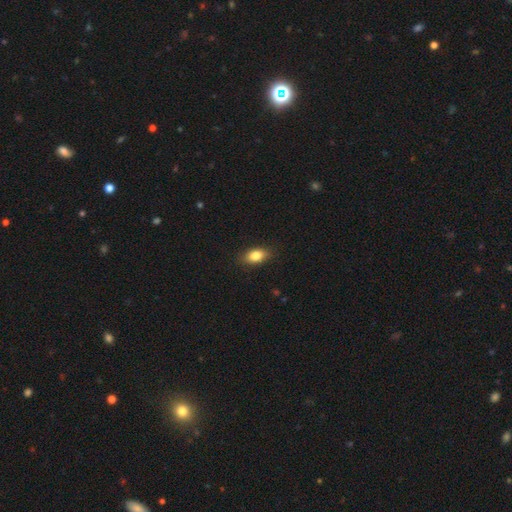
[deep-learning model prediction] smooth 82%, featured or disk 10%, star or artifact 8%. Down the decision tree: how rounded — in between (85%); merging — none (86%).